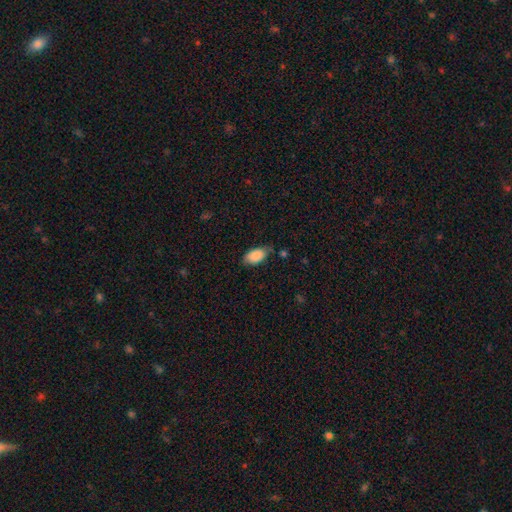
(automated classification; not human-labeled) Overall: smooth (88%). How rounded: in between (93%). Merging: none (66%).